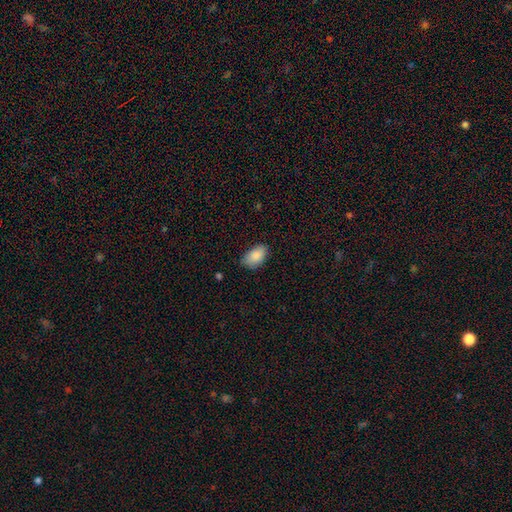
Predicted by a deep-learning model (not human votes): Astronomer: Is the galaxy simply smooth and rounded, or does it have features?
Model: smooth — 87%.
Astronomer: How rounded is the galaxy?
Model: in between — 92%.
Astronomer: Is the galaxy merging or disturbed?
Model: none — 72%.